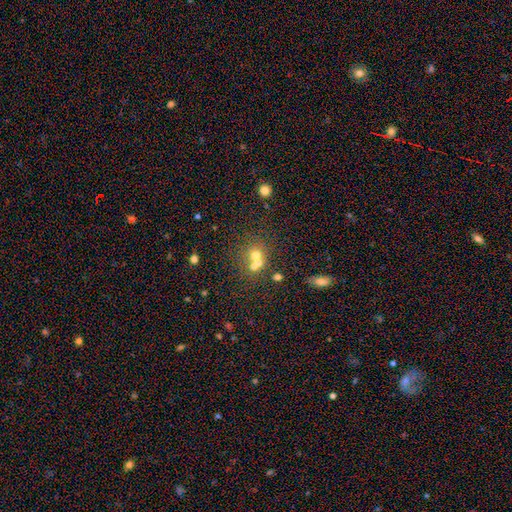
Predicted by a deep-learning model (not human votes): Overall: smooth (52%; star or artifact 29%). How rounded: round (80%). Merging: none (47%; merger 41%).